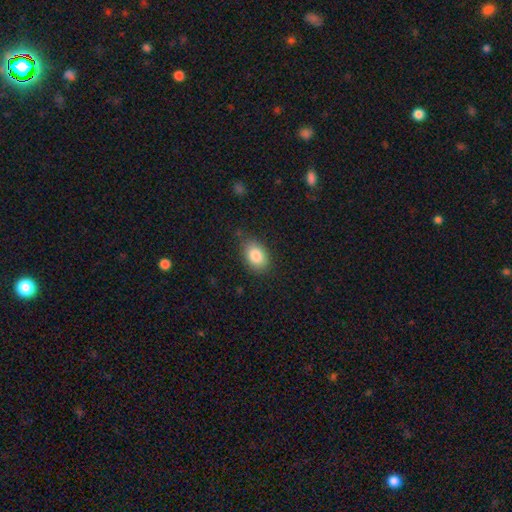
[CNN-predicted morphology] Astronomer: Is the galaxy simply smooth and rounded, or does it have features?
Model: smooth — 85%.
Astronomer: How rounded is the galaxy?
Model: in between — 86%.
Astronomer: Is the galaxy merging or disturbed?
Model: none — 78%.